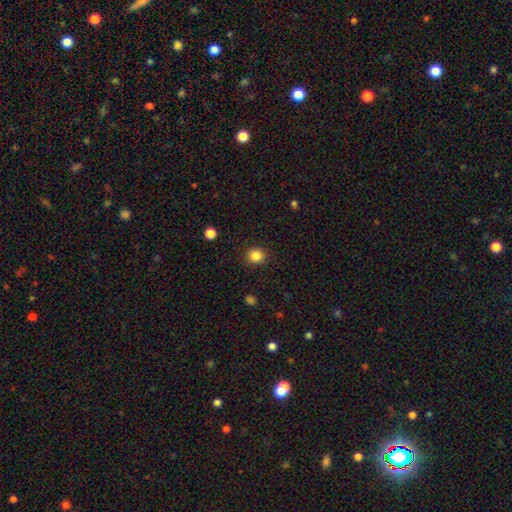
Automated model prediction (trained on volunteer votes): Q: Smooth or featured?
A: smooth (85%); runner-up: star or artifact (11%)
Q: How rounded?
A: round (88%); runner-up: in between (11%)
Q: Merging?
A: none (91%); runner-up: minor disturbance (6%)